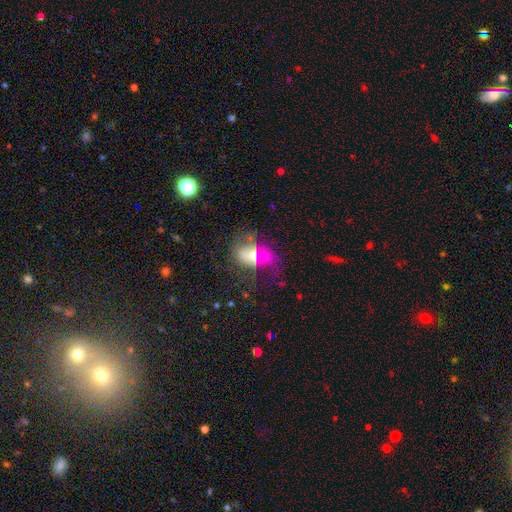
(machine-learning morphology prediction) This is marginally a featured or disk galaxy (43%). Merging: possibly none (48%).